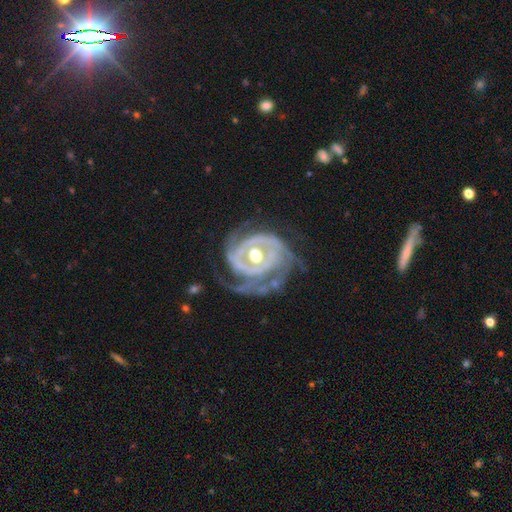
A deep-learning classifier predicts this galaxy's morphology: featured or disk 90%, smooth 6%, star or artifact 4%. Down the decision tree: edge-on disk — no (98%); bar — no (69%); spiral arms — yes (95%); spiral arm count — 2 (30%); spiral winding — tight (62%); bulge size — moderate (74%); merging — none (52%).